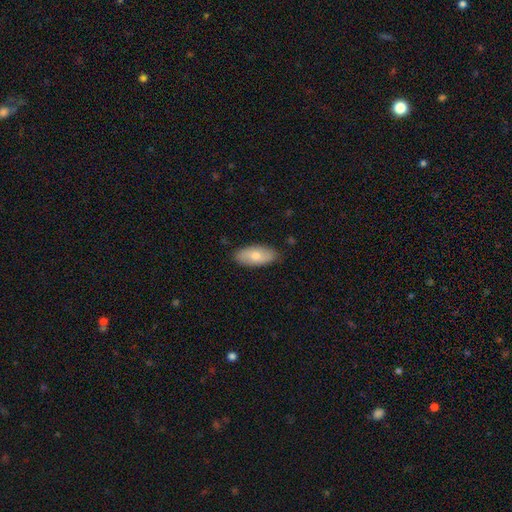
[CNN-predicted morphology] type=smooth (70%); roundness=in between (91%); merging=none (85%).